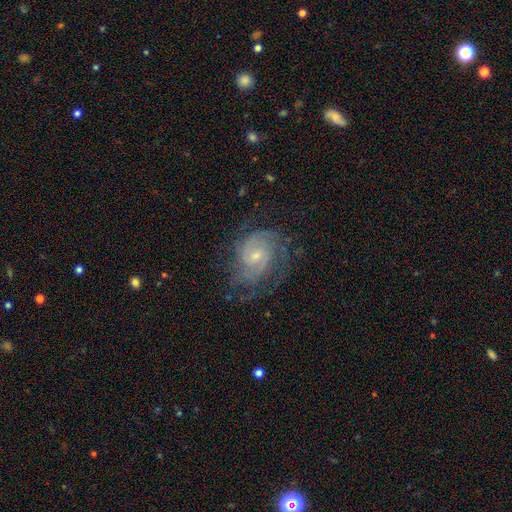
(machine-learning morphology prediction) Smooth or featured: featured or disk — 85% (smooth — 9%)
Edge-on disk: no — 98% (yes — 2%)
Bar: weak — 48% (no — 45%)
Spiral arms: yes — 96% (no — 4%)
Spiral winding: tight — 53% (medium — 38%)
Spiral arm count: 2 — 43% (can't tell — 26%)
Bulge size: small — 61% (moderate — 34%)
Merging: none — 65% (minor disturbance — 21%)